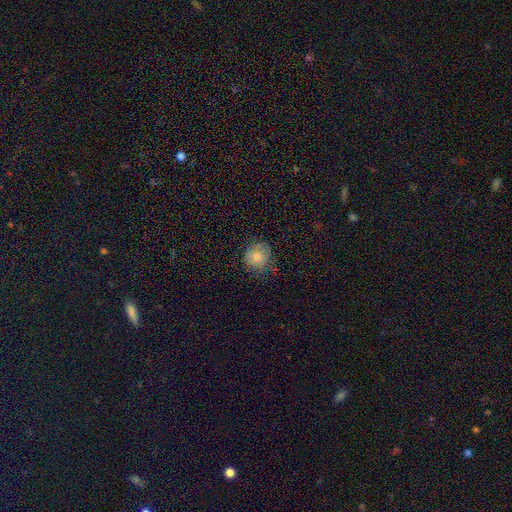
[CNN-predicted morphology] This appears to be a smooth galaxy with no disk features (74%) that is round (85%). Merging: none (73%).